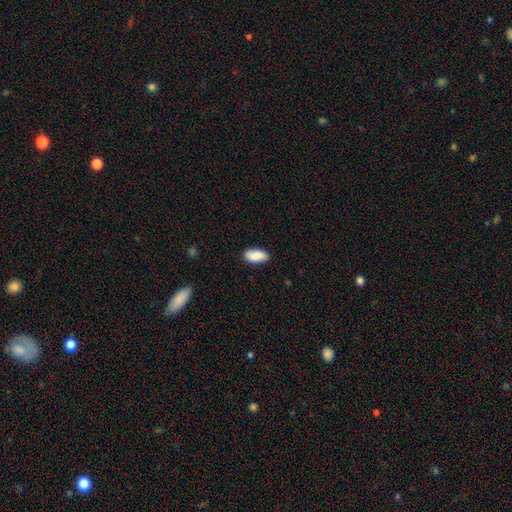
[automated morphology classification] This is clearly a smooth galaxy (81%). How rounded: clearly in between (91%). Merging: clearly none (82%).